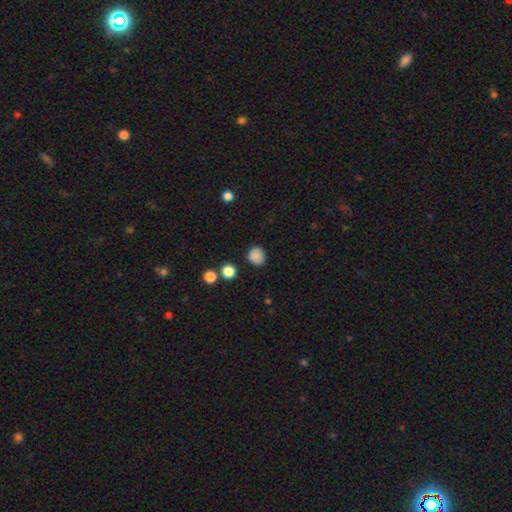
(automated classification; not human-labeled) smooth 85%, star or artifact 11%, featured or disk 4%. Down the decision tree: how rounded — round (76%); merging — none (81%).